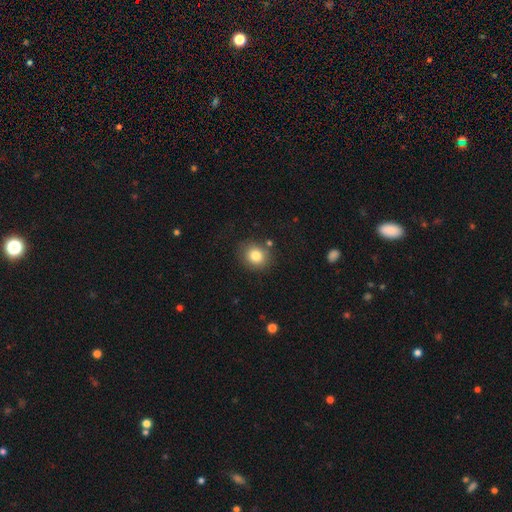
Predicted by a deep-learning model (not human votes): Q: Smooth or featured?
A: smooth (81%); runner-up: star or artifact (11%)
Q: How rounded?
A: round (78%); runner-up: in between (21%)
Q: Merging?
A: none (83%); runner-up: minor disturbance (10%)